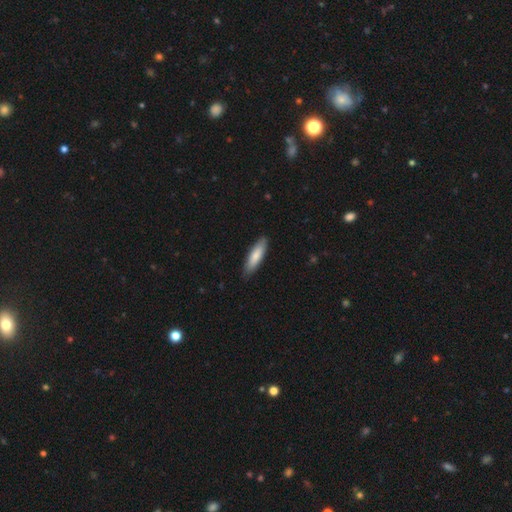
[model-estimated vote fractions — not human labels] The model was most divided on "how rounded": cigar-shaped: 64%, in between: 34%, round: 1%. More confident: merging — none (87%); smooth or featured — smooth (79%).